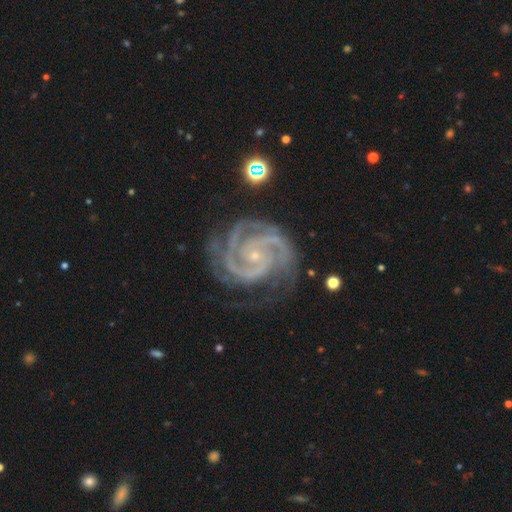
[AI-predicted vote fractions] Smooth or featured? featured or disk (94%)
Edge-on disk? no (98%)
Bar? no (65%)
Spiral arms? yes (99%)
Spiral winding? tight (70%)
Spiral arm count? 2 (59%)
Bulge size? small (87%)
Merging? none (70%)